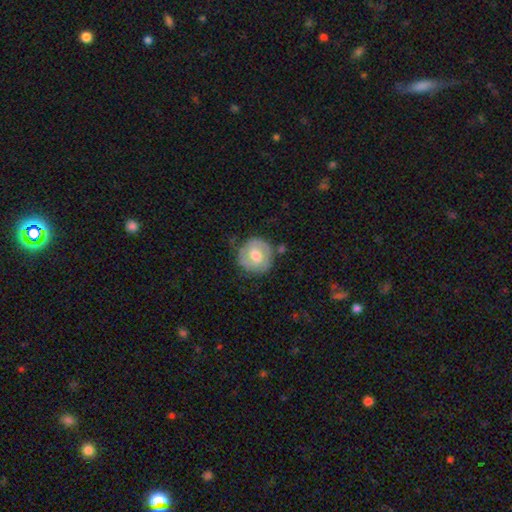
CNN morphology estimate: smooth_or_featured: smooth (p=0.48) [alt: featured or disk p=0.46]
merging: none (p=0.72) [alt: minor disturbance p=0.19]